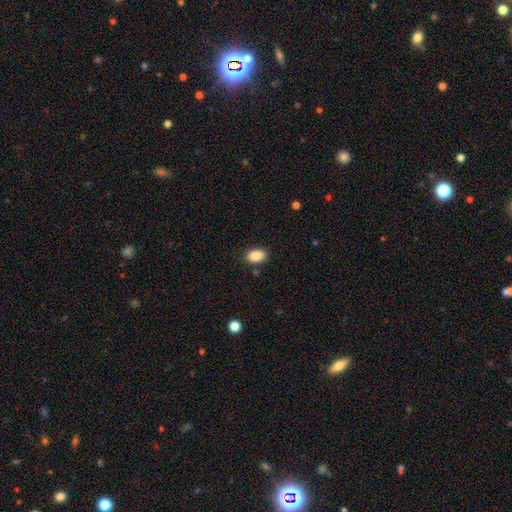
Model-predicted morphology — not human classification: Smooth or featured? smooth (88%)
How rounded? in between (90%)
Merging? none (84%)